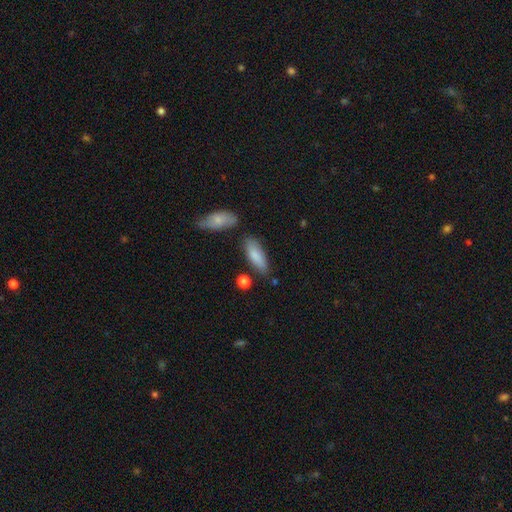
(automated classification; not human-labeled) Smooth or featured? smooth (83%)
How rounded? in between (65%)
Merging? none (71%)